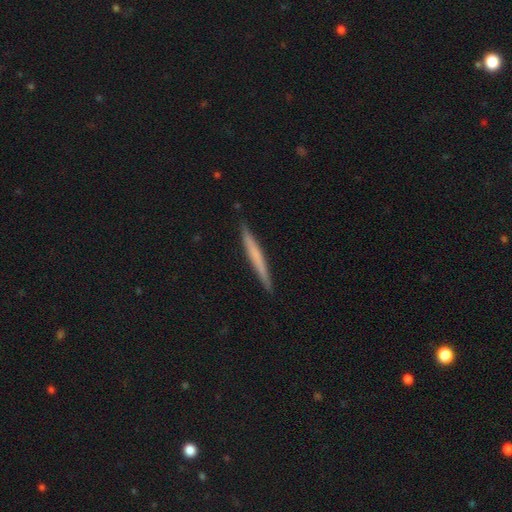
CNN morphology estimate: smooth 55%, featured or disk 40%, star or artifact 5%. Down the decision tree: how rounded — cigar-shaped (97%); merging — none (91%).